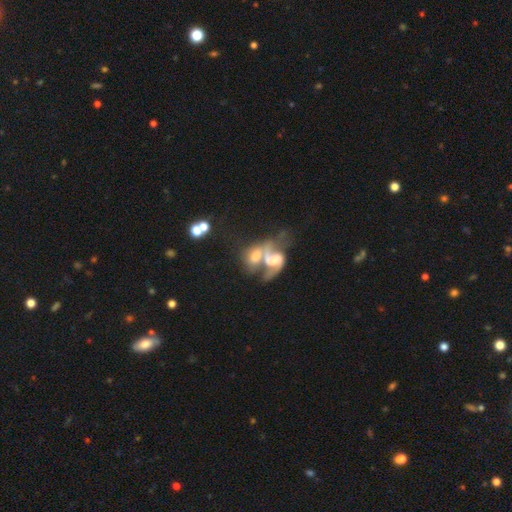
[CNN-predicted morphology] A featured or disk galaxy (61%) with no bar (50%), spiral arms (75%) and a moderate central bulge (31%). Merging: merger (72%).